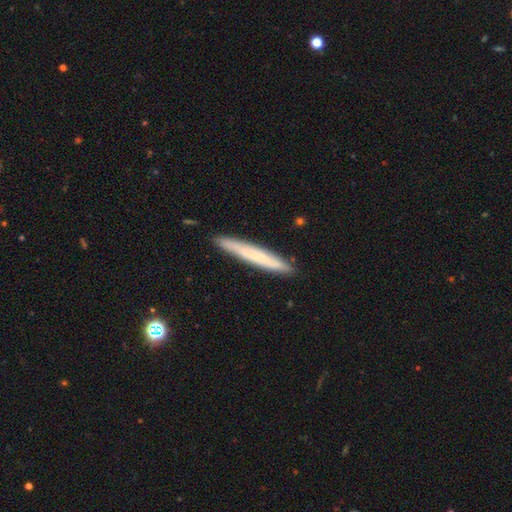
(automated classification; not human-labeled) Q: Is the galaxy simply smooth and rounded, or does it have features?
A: smooth — 56%.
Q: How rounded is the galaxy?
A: cigar-shaped — 96%.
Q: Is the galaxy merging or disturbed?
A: none — 89%.